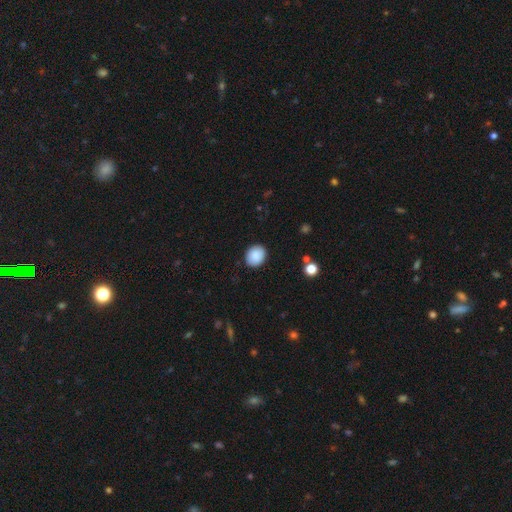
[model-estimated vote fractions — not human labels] This is clearly a smooth galaxy (89%). How rounded: possibly round (59%). Merging: clearly none (88%).